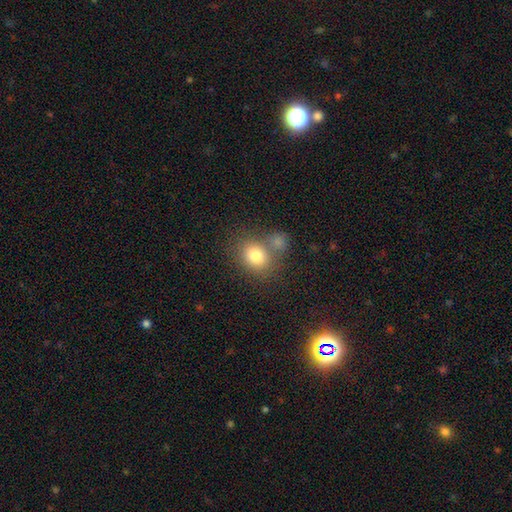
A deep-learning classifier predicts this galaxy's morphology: Smooth or featured?
  - smooth: 80% *
  - star or artifact: 10%
  - featured or disk: 10%
How rounded?
  - round: 58% *
  - in between: 41%
  - cigar-shaped: 1%
Merging?
  - none: 52% *
  - merger: 30%
  - minor disturbance: 12%
  - major disturbance: 5%